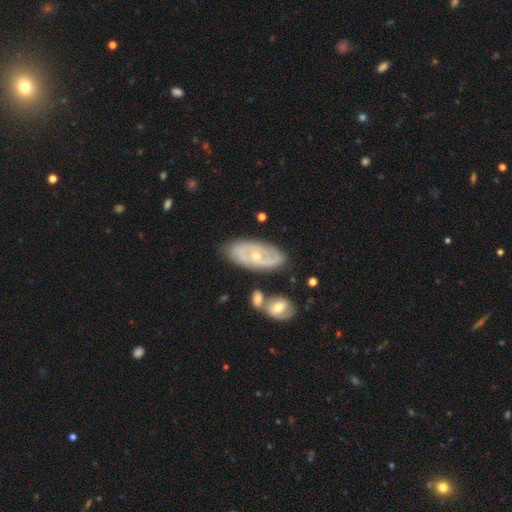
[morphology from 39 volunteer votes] Volunteers were most divided on "bulge size": small: 59%, moderate: 41%, dominant: 0%, large: 0%, none: 0%. Remaining: edge-on disk — no (94%); smooth or featured — featured or disk (87%); spiral winding — tight (85%); spiral arms — yes (84%); merging — none (77%); bar — no (75%); spiral arm count — can't tell (48%).